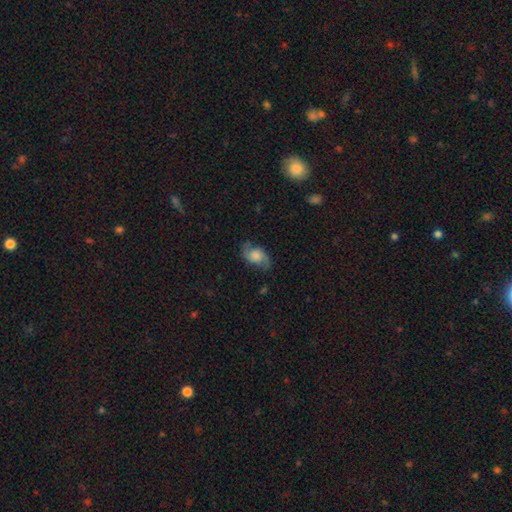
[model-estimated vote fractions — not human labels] featured or disk 60%, smooth 31%, star or artifact 9%. Down the decision tree: edge-on disk — no (96%); bar — no (70%); spiral arms — yes (91%); spiral arm count — 2 (90%); spiral winding — loose (53%); bulge size — large (29%, tied with moderate); merging — none (71%).